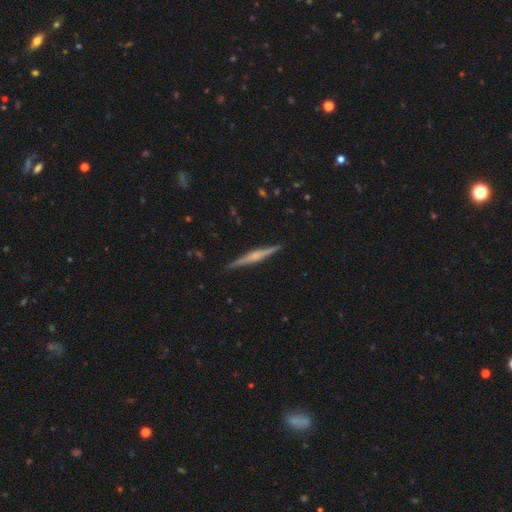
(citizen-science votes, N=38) Smooth or featured? featured or disk (68%)
Edge-on disk? yes (100%)
Edge-on bulge? rounded (65%)
Merging? none (97%)